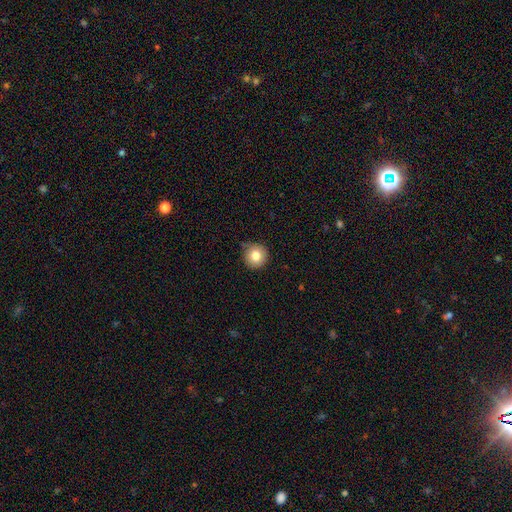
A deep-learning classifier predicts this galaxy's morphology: smooth 80%, star or artifact 10%, featured or disk 10%. Down the decision tree: how rounded — round (95%); merging — none (80%).